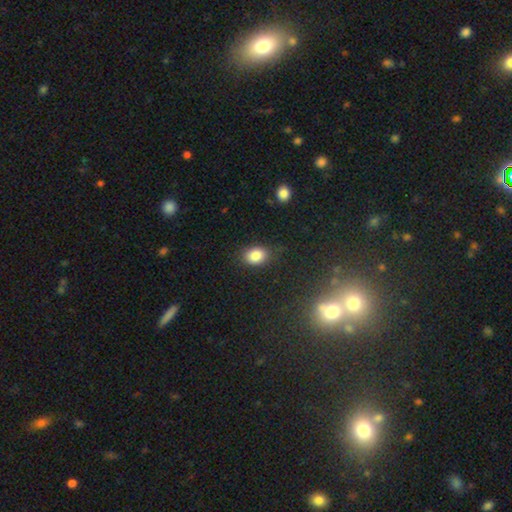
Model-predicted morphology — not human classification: type=smooth (85%); roundness=in between (68%); merging=none (81%).